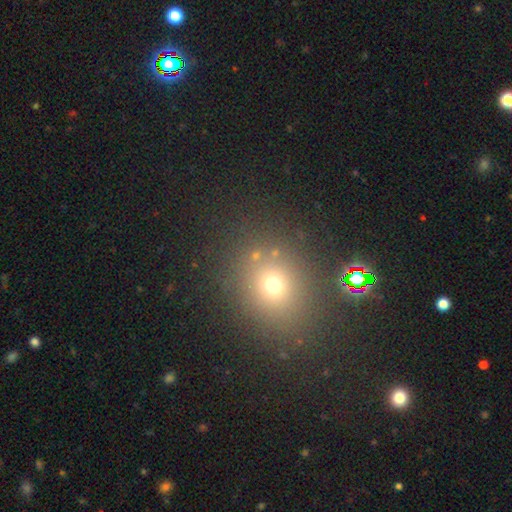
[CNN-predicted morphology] This is possibly a smooth galaxy (57%). How rounded: likely round (64%). Merging: clearly none (82%).